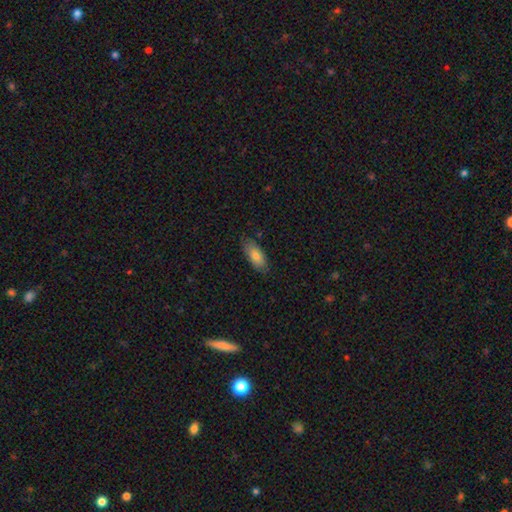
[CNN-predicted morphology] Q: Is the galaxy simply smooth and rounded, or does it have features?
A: smooth — 80%.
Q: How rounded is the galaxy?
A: in between — 84%.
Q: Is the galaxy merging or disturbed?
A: none — 77%.